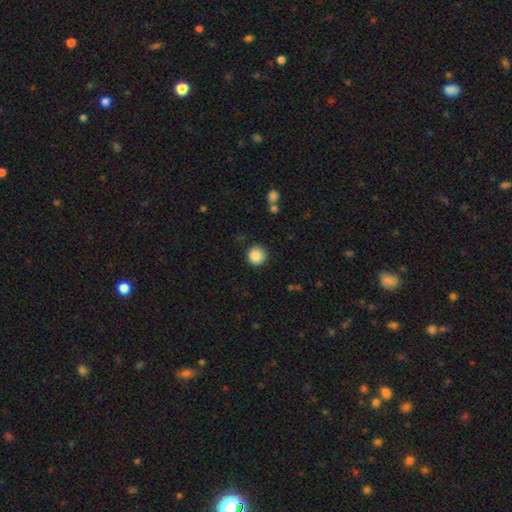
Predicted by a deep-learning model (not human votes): Smooth or featured?
  - smooth: 88% *
  - star or artifact: 9%
  - featured or disk: 3%
How rounded?
  - round: 95% *
  - in between: 5%
  - cigar-shaped: 1%
Merging?
  - none: 88% *
  - minor disturbance: 8%
  - major disturbance: 2%
  - merger: 1%